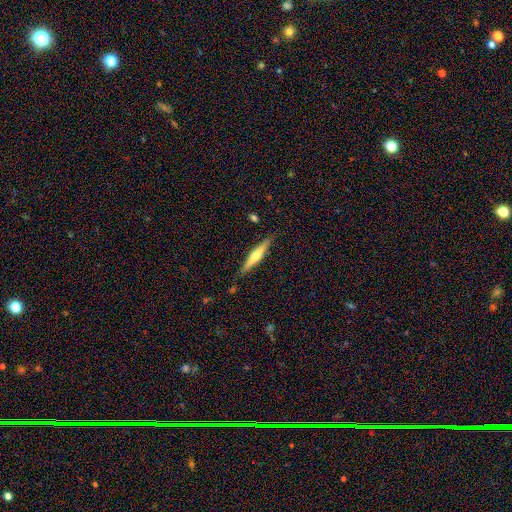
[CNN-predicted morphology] This is likely a featured or disk galaxy (61%). It is clearly viewed edge-on (97%). Edge-on bulge: clearly rounded (88%). Merging: clearly none (88%).